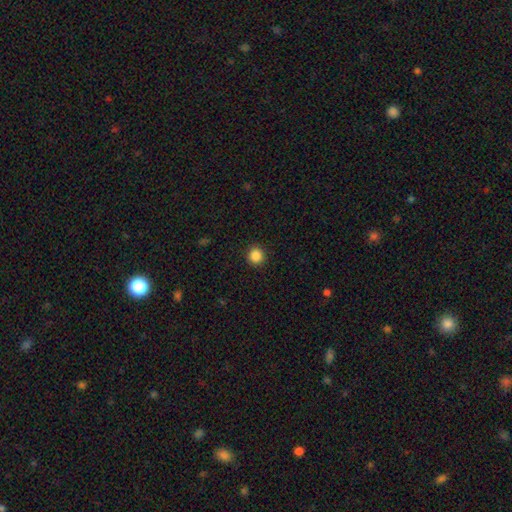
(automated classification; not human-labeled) Smooth or featured: smooth — 87% (star or artifact — 10%)
How rounded: round — 93% (in between — 6%)
Merging: none — 92% (minor disturbance — 5%)